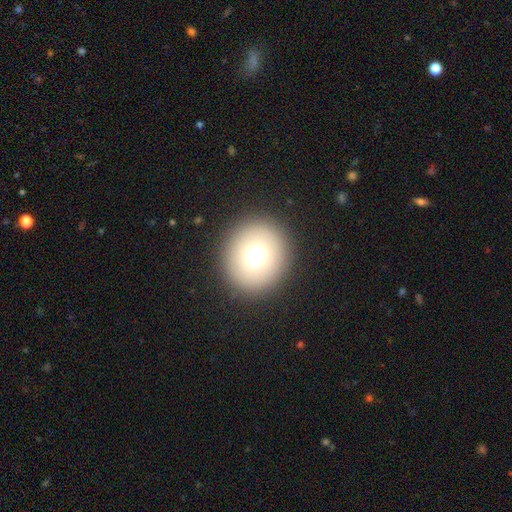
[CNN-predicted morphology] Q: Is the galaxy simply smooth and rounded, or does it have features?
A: smooth — 66%.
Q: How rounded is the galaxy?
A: round — 84%.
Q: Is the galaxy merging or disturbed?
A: none — 88%.